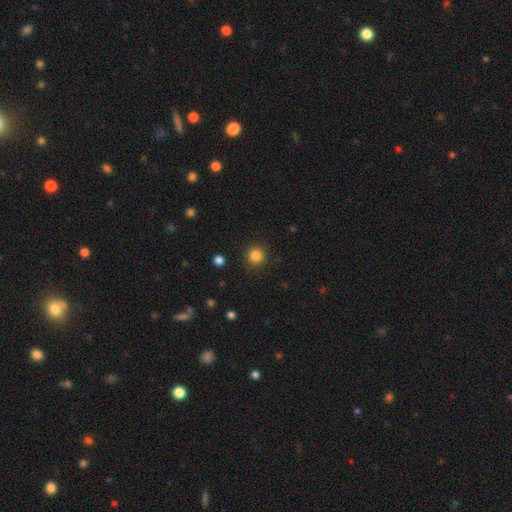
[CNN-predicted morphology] type=smooth (84%); roundness=round (94%); merging=none (91%).